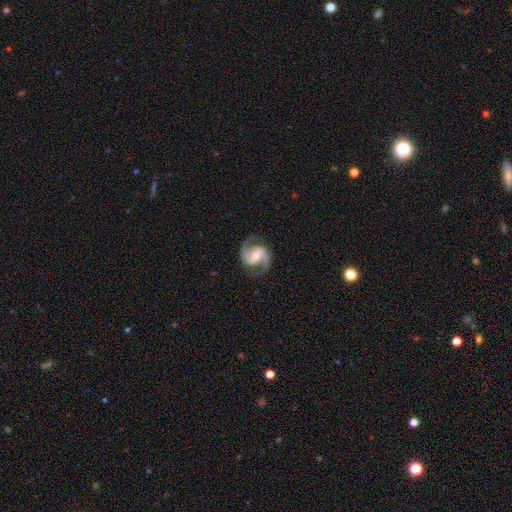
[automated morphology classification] This appears to be a featured or disk galaxy (92%) with a weak bar (43%), 2 (94%) medium (62%) spiral arms (98%) and a moderate central bulge (62%). Merging: none (84%).